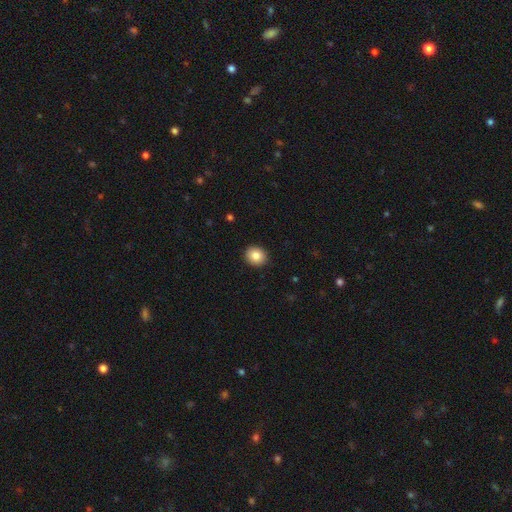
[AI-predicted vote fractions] smooth_or_featured: smooth (p=0.86) [alt: star or artifact p=0.09]
how_rounded: round (p=0.74) [alt: in between p=0.26]
merging: none (p=0.92) [alt: minor disturbance p=0.05]